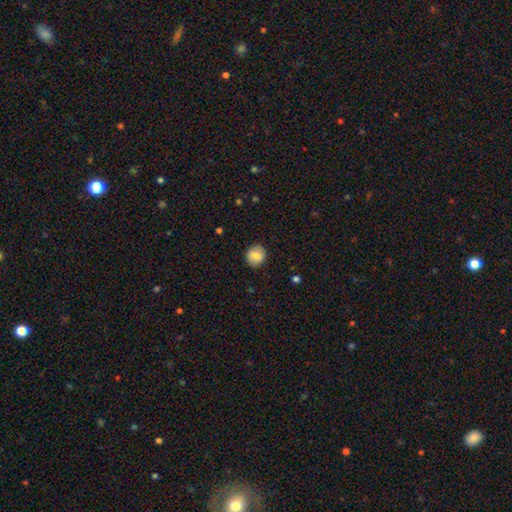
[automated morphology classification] smooth-or-featured: smooth: 76% | featured or disk: 16% | star or artifact: 8%
  how-rounded: round: 83% | in between: 16% | cigar-shaped: 1%
  merging: none: 87% | minor disturbance: 9% | major disturbance: 2% | merger: 1%